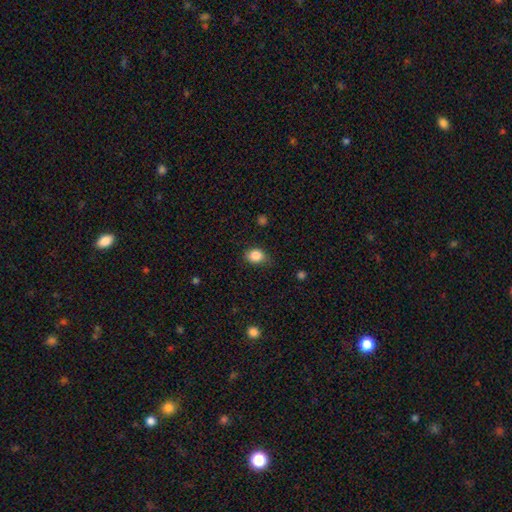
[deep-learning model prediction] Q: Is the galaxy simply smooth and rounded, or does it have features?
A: smooth — 86%.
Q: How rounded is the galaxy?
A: in between — 60%.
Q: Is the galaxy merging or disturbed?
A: none — 76%.